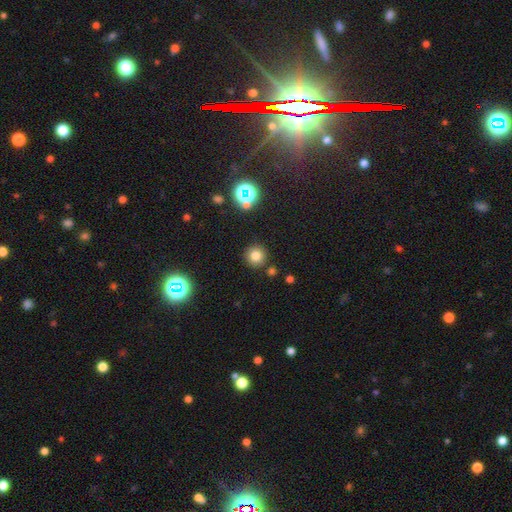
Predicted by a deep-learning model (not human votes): This is likely a smooth galaxy (76%). How rounded: clearly round (94%). Merging: clearly none (87%).